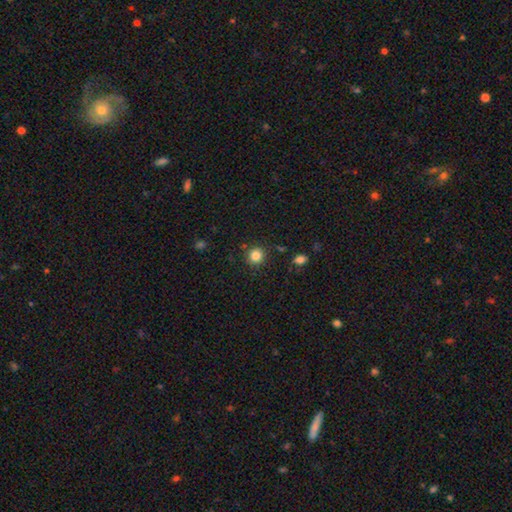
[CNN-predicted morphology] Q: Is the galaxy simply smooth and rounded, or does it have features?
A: smooth — 84%.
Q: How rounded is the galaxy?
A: round — 91%.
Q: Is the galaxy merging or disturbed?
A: none — 87%.